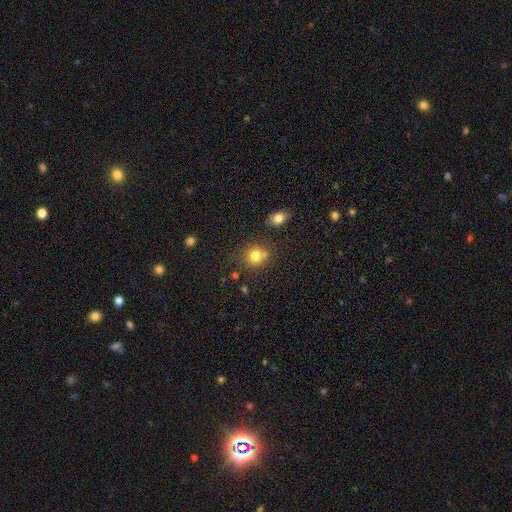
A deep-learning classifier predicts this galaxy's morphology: smooth 79%, star or artifact 12%, featured or disk 8%. Down the decision tree: how rounded — round (79%); merging — none (63%).